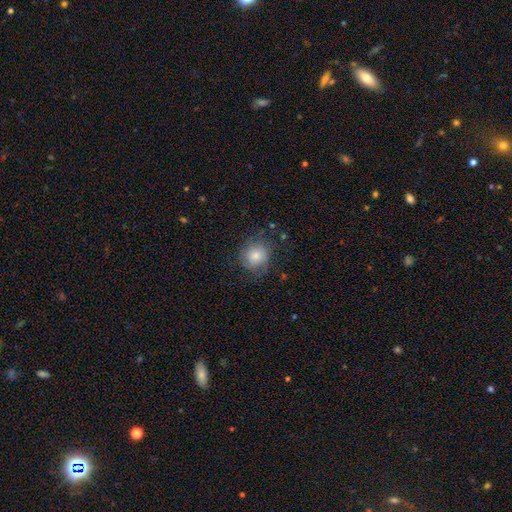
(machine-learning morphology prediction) A smooth galaxy with no disk features (66%) that is round (80%).

Vote fractions:
- Smooth or featured? smooth: 66% / featured or disk: 24% / star or artifact: 10%
- How rounded? round: 80% / in between: 19% / cigar-shaped: 1%
- Merging? none: 69% / minor disturbance: 20% / major disturbance: 10% / merger: 1%